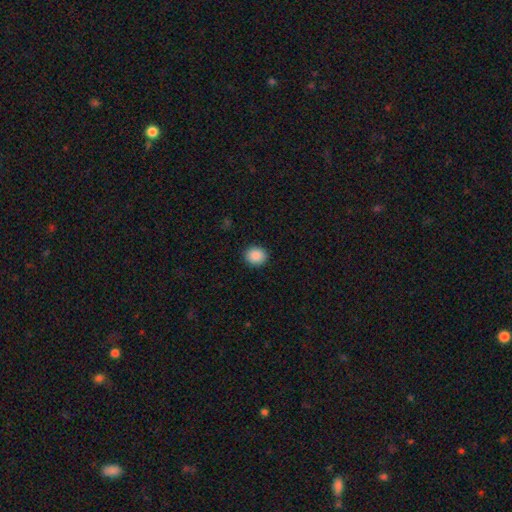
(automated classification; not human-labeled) Smooth or featured? smooth (88%)
How rounded? round (83%)
Merging? none (91%)